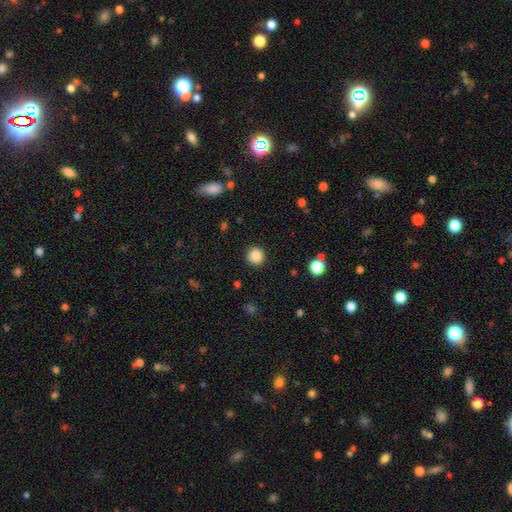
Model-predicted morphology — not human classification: This is clearly a smooth galaxy (86%). How rounded: clearly round (94%). Merging: clearly none (91%).